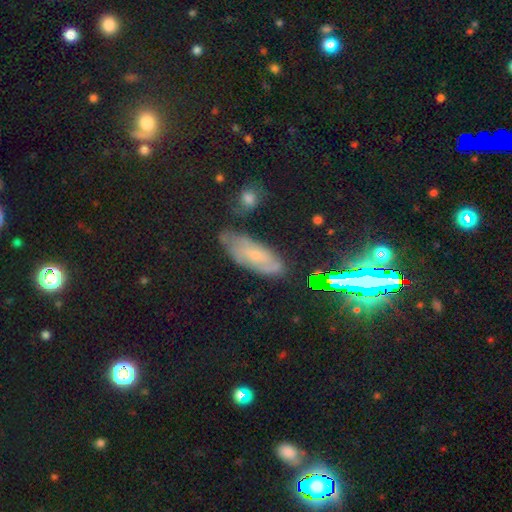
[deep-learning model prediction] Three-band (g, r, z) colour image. It shows a featured or disk galaxy (41%). Merging: none (70%).